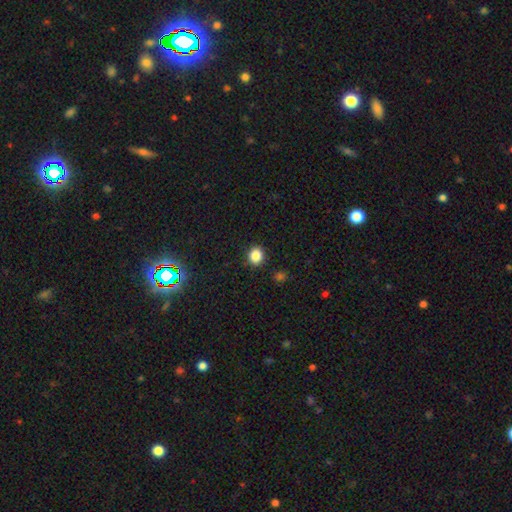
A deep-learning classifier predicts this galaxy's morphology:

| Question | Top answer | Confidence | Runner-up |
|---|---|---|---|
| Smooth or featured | smooth | 85% | star or artifact (11%) |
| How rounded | round | 79% | in between (20%) |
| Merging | none | 90% | minor disturbance (7%) |